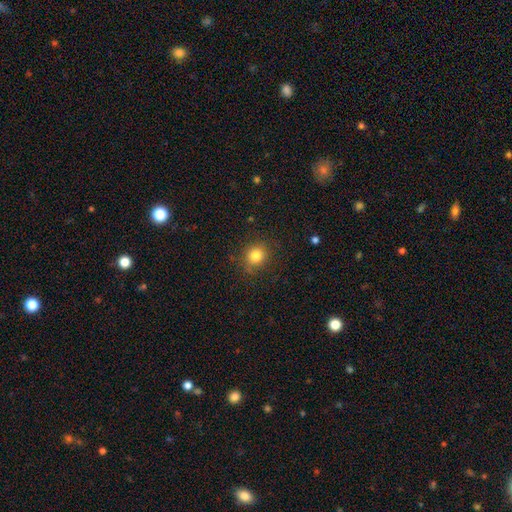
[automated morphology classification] smooth-or-featured: smooth: 81% | star or artifact: 13% | featured or disk: 6%
  how-rounded: round: 85% | in between: 14% | cigar-shaped: 1%
  merging: none: 85% | minor disturbance: 10% | major disturbance: 3% | merger: 1%